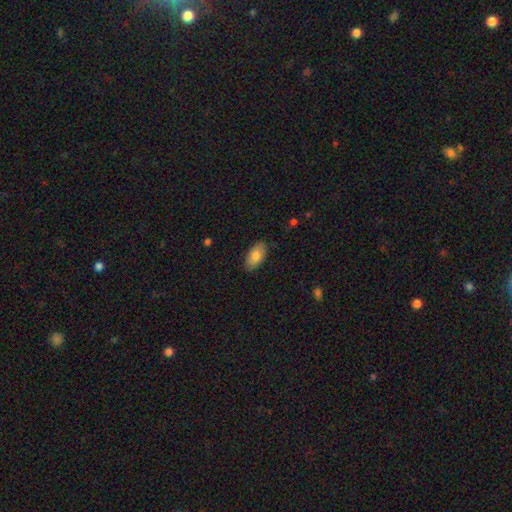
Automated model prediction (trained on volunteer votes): Overall: smooth (83%). How rounded: in between (94%). Merging: none (84%).